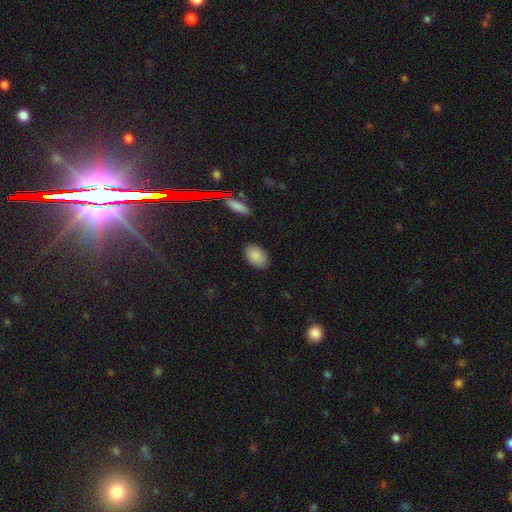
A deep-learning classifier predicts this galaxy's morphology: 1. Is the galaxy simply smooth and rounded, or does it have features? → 87% smooth, 8% star or artifact, 5% featured or disk.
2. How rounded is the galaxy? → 88% in between, 11% round, 1% cigar-shaped.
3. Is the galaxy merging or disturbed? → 85% none, 11% minor disturbance, 3% major disturbance, 1% merger.